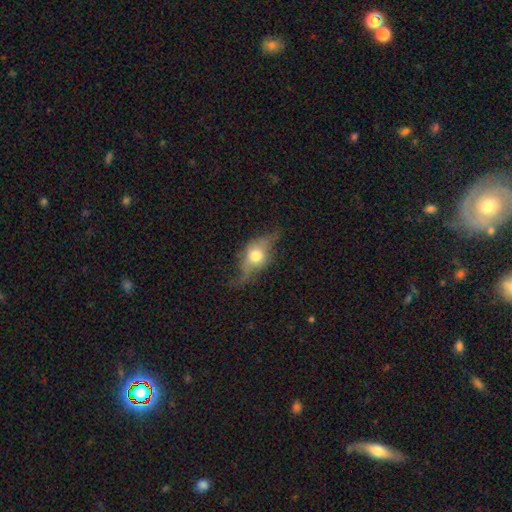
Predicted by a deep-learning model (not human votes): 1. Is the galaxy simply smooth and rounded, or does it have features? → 49% featured or disk, 42% smooth, 9% star or artifact.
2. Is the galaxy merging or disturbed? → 46% none, 29% minor disturbance, 23% major disturbance, 2% merger.